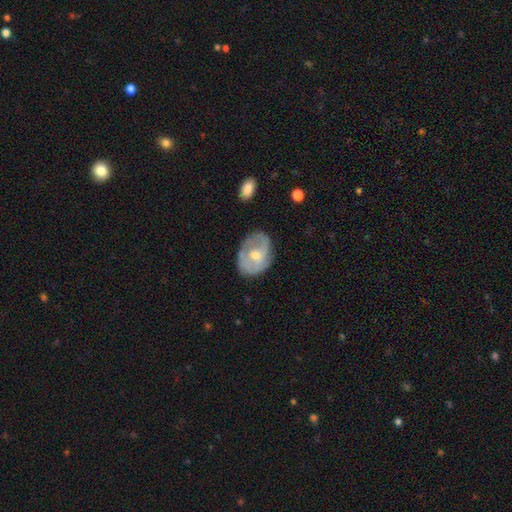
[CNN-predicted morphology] Smooth or featured: featured or disk — 62% (smooth — 31%)
Edge-on disk: no — 96% (yes — 4%)
Bar: no — 58% (weak — 33%)
Spiral arms: yes — 68% (no — 32%)
Bulge size: moderate — 54% (small — 42%)
Merging: none — 66% (minor disturbance — 24%)